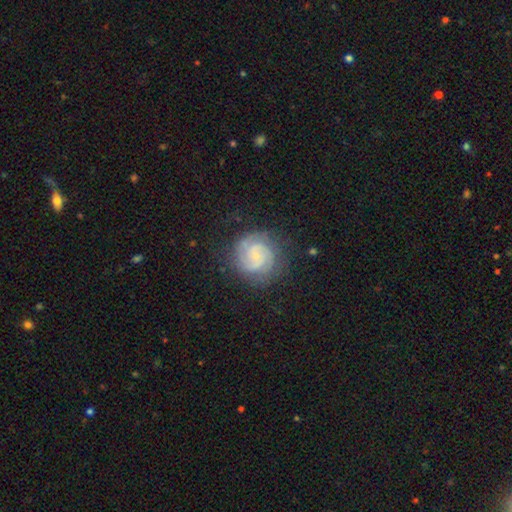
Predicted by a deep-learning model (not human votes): Smooth or featured: featured or disk — 81% (smooth — 13%)
Edge-on disk: no — 98% (yes — 2%)
Bar: no — 63% (weak — 32%)
Spiral arms: yes — 97% (no — 3%)
Spiral winding: tight — 60% (medium — 34%)
Spiral arm count: 2 — 48% (3 — 24%)
Bulge size: small — 77% (moderate — 14%)
Merging: none — 80% (minor disturbance — 13%)